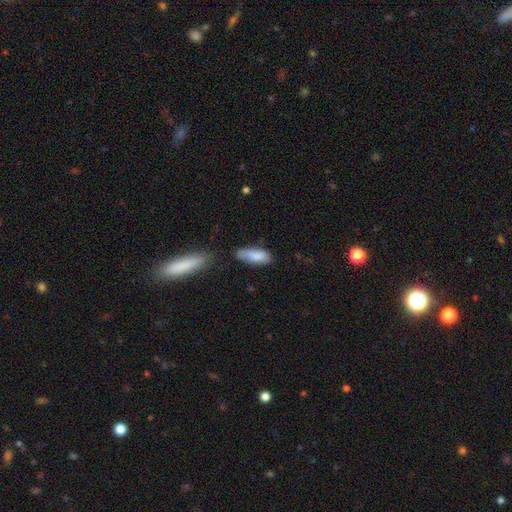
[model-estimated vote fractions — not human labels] smooth_or_featured: smooth (p=0.82) [alt: featured or disk p=0.12]
how_rounded: in between (p=0.75) [alt: cigar-shaped p=0.23]
merging: none (p=0.55) [alt: minor disturbance p=0.30]